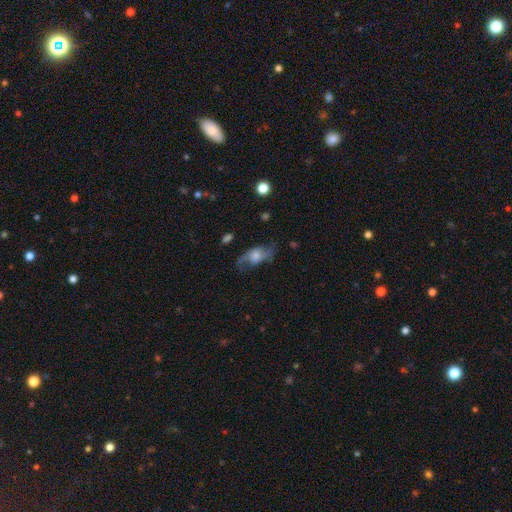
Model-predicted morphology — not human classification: Smooth or featured? featured or disk (58%)
Edge-on disk? no (90%)
Bar? no (63%)
Spiral arms? yes (83%)
Bulge size? moderate (33%)
Merging? none (56%)